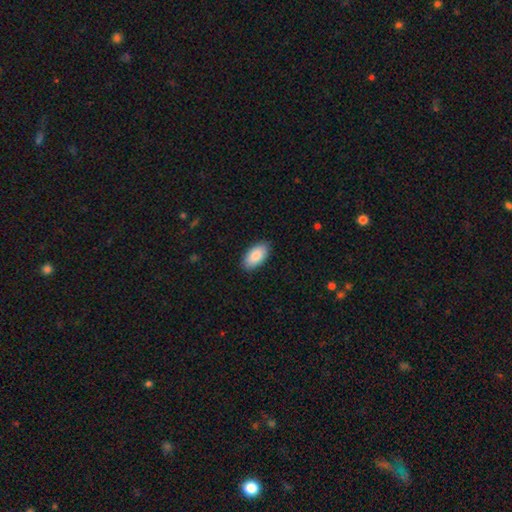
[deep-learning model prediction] Smooth or featured?
  - smooth: 88% *
  - featured or disk: 6%
  - star or artifact: 6%
How rounded?
  - in between: 95% *
  - cigar-shaped: 3%
  - round: 2%
Merging?
  - none: 89% *
  - minor disturbance: 9%
  - major disturbance: 2%
  - merger: 1%